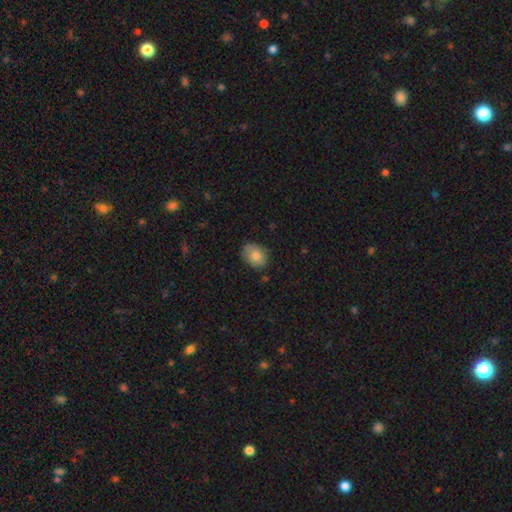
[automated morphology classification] Smooth or featured? smooth (80%)
How rounded? in between (68%)
Merging? none (79%)